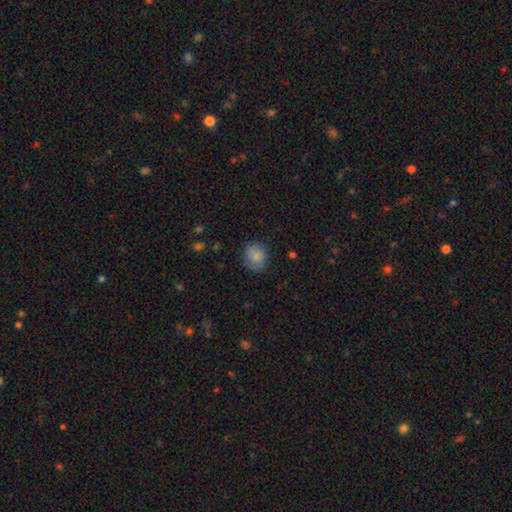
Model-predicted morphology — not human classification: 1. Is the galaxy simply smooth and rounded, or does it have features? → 85% smooth, 8% star or artifact, 6% featured or disk.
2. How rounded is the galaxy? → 72% round, 27% in between, 1% cigar-shaped.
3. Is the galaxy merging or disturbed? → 79% none, 16% minor disturbance, 4% major disturbance, 1% merger.